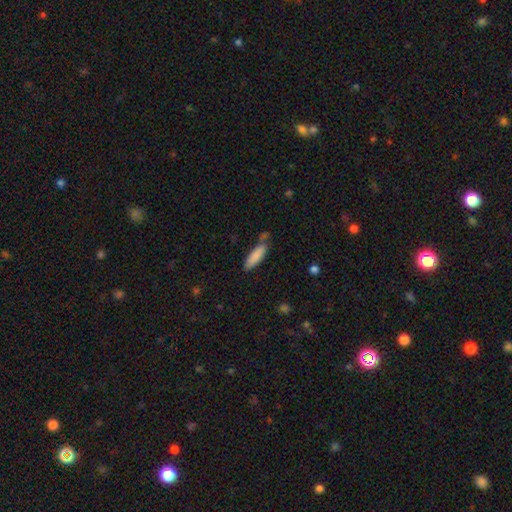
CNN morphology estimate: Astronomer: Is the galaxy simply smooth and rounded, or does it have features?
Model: smooth — 85%.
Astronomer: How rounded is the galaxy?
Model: cigar-shaped — 54% (runner-up: in between, 44%).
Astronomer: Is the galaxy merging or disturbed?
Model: none — 63%.